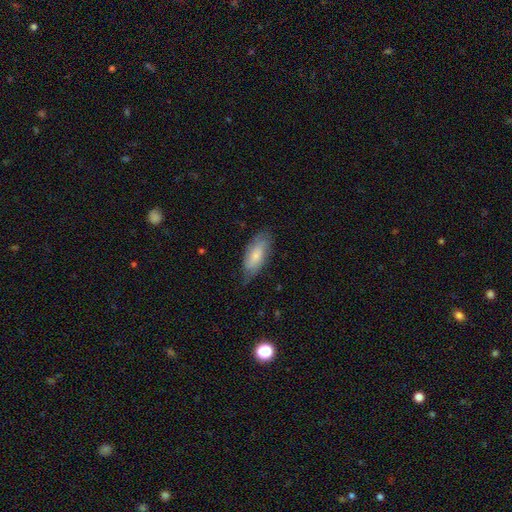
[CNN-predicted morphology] This appears to be a smooth galaxy with no disk features (61%) that is in between round and cigar-shaped (82%). Merging: none (66%).